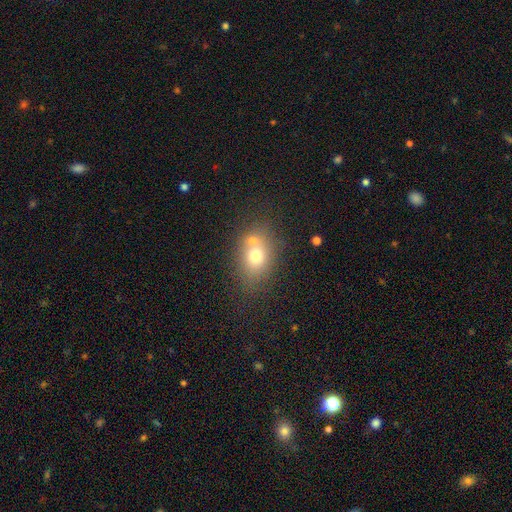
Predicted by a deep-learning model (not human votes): Smooth or featured: smooth — 69% (featured or disk — 18%)
How rounded: in between — 61% (round — 38%)
Merging: none — 50% (merger — 34%)